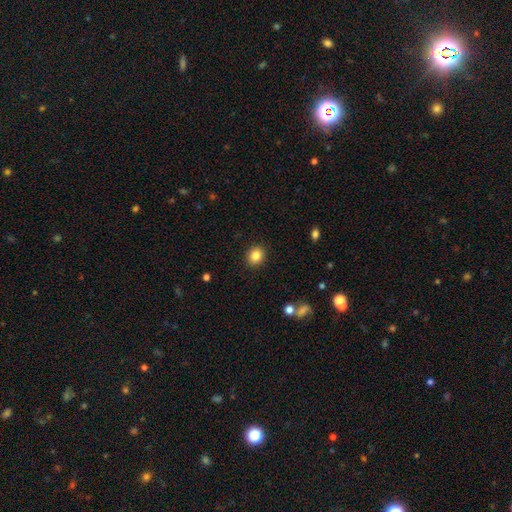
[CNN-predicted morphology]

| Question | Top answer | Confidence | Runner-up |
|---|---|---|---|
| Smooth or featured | smooth | 85% | star or artifact (10%) |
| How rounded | round | 68% | in between (31%) |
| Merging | none | 90% | minor disturbance (6%) |